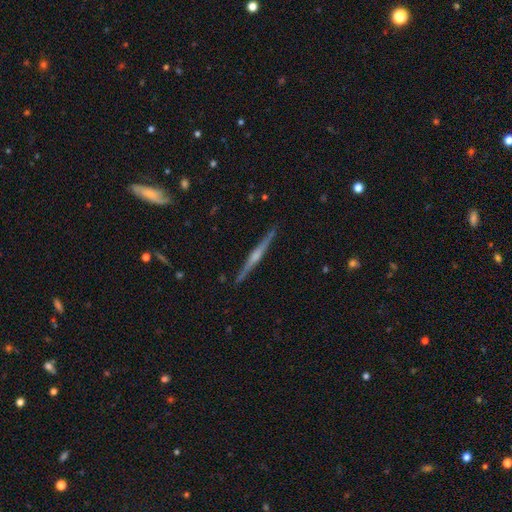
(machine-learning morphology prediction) Overall: featured or disk (81%). Edge-on disk: yes (98%). Edge-on bulge: rounded (75%). Merging: none (91%).